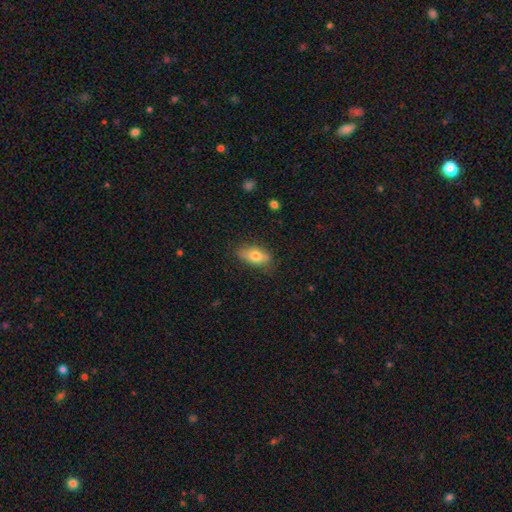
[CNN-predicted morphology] A smooth galaxy with no disk features (74%) that is in between round and cigar-shaped (86%). Merging: none (77%).